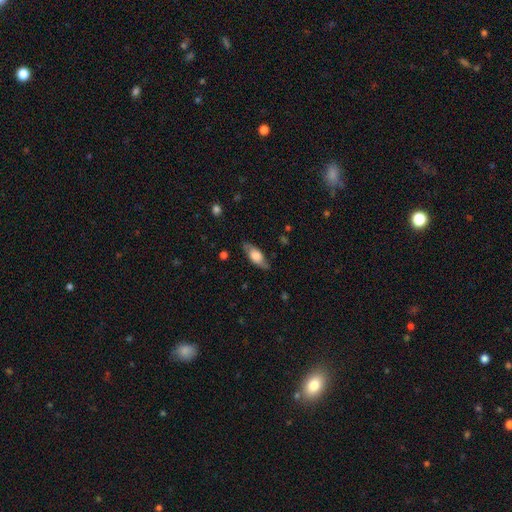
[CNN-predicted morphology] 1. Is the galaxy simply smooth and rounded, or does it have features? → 49% smooth, 44% featured or disk, 7% star or artifact.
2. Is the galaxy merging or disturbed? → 80% none, 15% minor disturbance, 4% major disturbance, 1% merger.